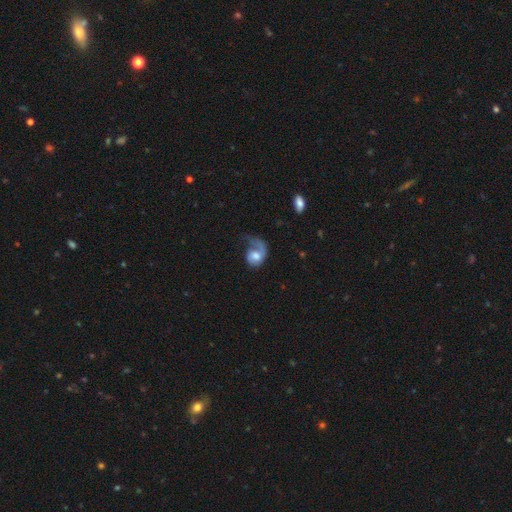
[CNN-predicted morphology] type=featured or disk (60%); edge-on=no (97%); bar=no (72%); spiral arms=yes (85%); winding=loose (54%); arm count=1 (85%); bulge=moderate (50%); merging=major disturbance (53%).